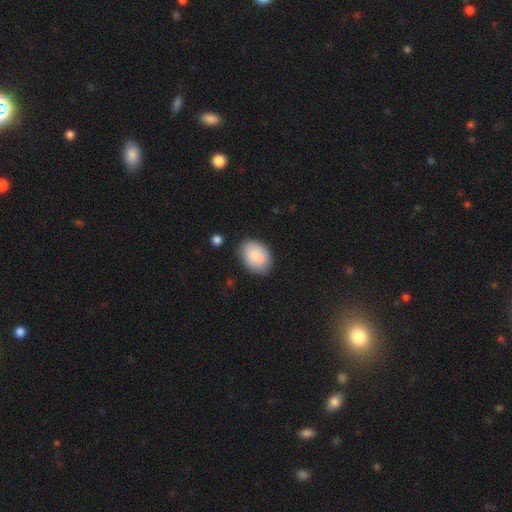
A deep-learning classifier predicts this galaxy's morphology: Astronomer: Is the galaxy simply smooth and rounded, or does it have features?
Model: smooth — 87%.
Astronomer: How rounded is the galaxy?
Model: in between — 83%.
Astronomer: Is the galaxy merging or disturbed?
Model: none — 78%.